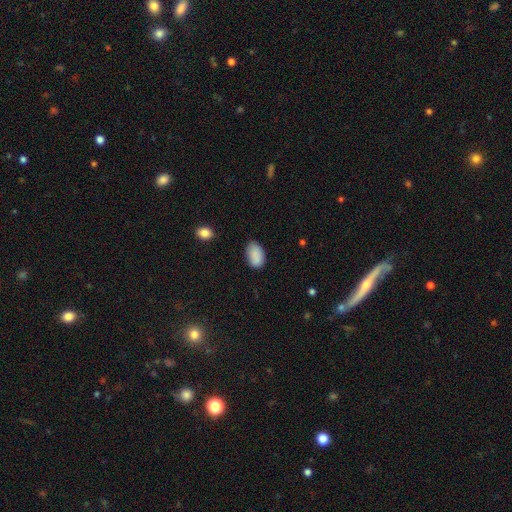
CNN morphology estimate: smooth 88%, star or artifact 7%, featured or disk 5%. Down the decision tree: how rounded — in between (91%); merging — none (75%).